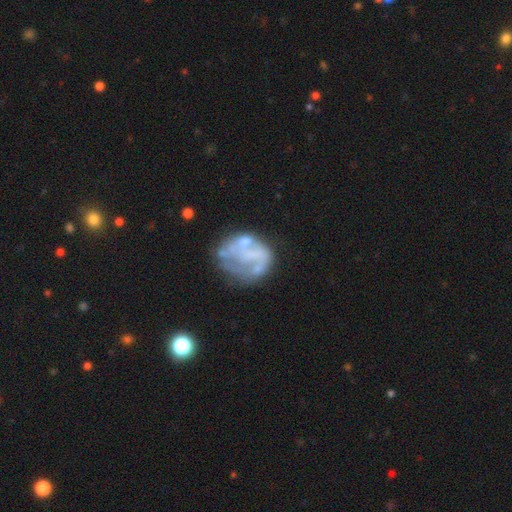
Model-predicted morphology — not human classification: This is likely a featured or disk galaxy (62%). It is clearly not viewed edge-on (98%). Bar: likely no (80%). Spiral arm pattern: likely no (78%). Central bulge: likely none (66%). Merging: marginally none (41%).